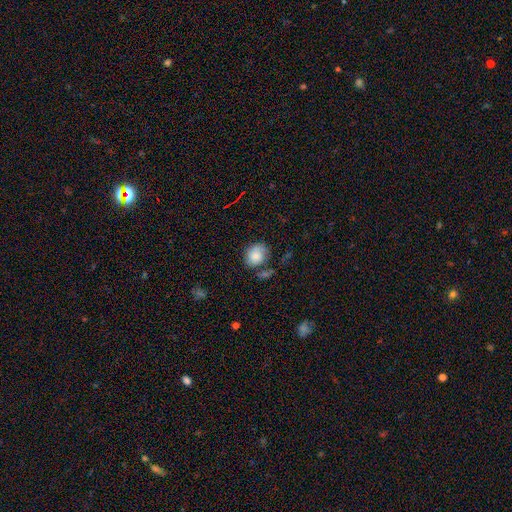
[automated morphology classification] Smooth or featured? smooth (76%)
How rounded? round (57%)
Merging? none (60%)